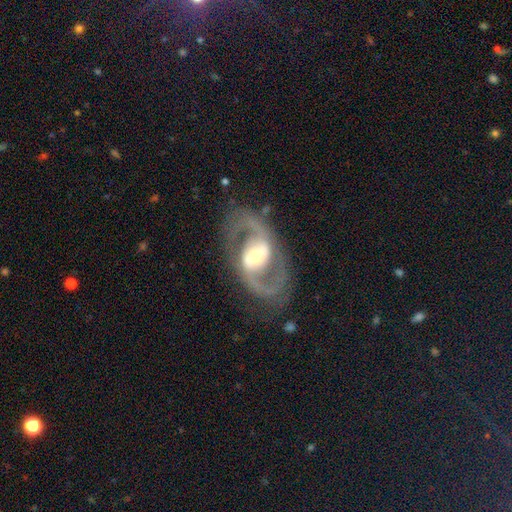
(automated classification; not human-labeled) featured or disk 89%, smooth 7%, star or artifact 5%. Down the decision tree: edge-on disk — no (96%); bar — strong (48%); spiral arms — yes (91%); spiral arm count — 2 (92%); spiral winding — medium (58%); bulge size — moderate (60%); merging — none (79%).